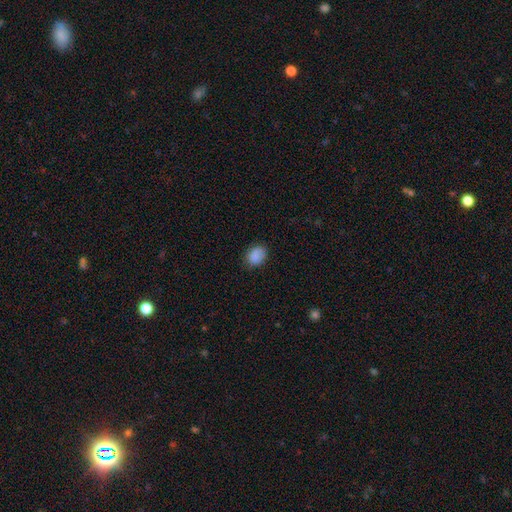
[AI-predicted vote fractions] Morphology: type=smooth (86%); roundness=in between (57%); merging=none (77%).